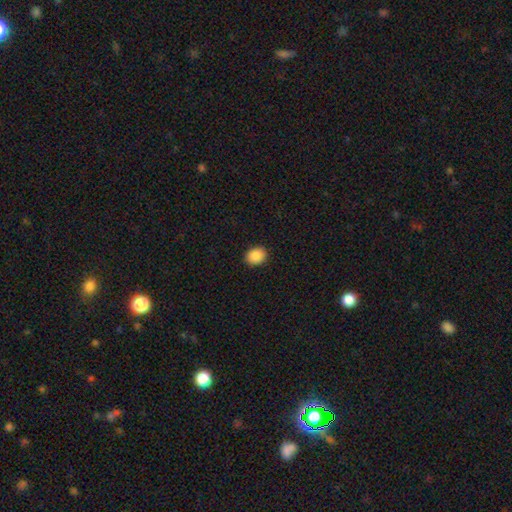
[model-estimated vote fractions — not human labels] smooth 89%, star or artifact 8%, featured or disk 2%. Down the decision tree: how rounded — round (53%); merging — none (91%).